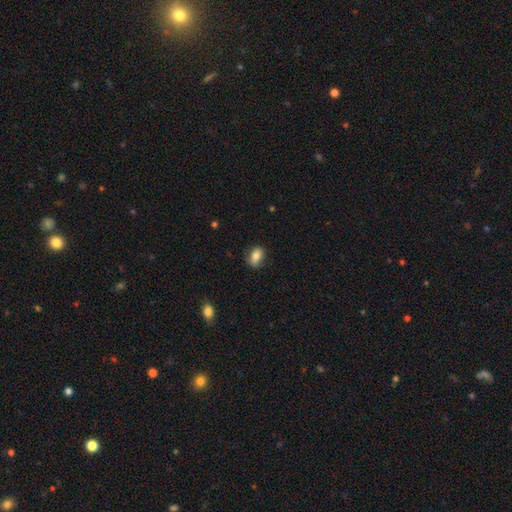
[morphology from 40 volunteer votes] Smooth or featured?
  - smooth: 75% *
  - featured or disk: 12%
  - star or artifact: 12%
How rounded?
  - in between: 87% *
  - round: 10%
  - cigar-shaped: 3%
Merging?
  - none: 89% *
  - minor disturbance: 9%
  - major disturbance: 3%
  - merger: 0%